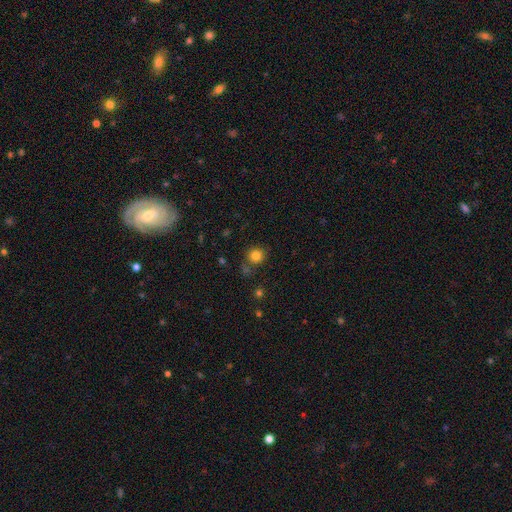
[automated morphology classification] type=smooth (81%); roundness=round (88%); merging=none (76%).